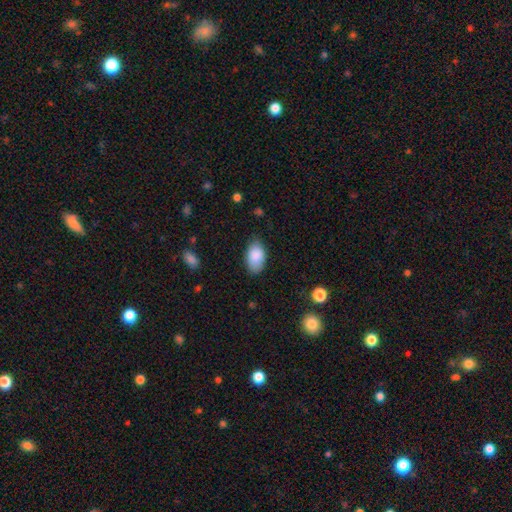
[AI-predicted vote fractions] smooth-or-featured: smooth: 88% | star or artifact: 7% | featured or disk: 5%
  how-rounded: in between: 93% | round: 6% | cigar-shaped: 1%
  merging: none: 76% | minor disturbance: 19% | major disturbance: 3% | merger: 1%